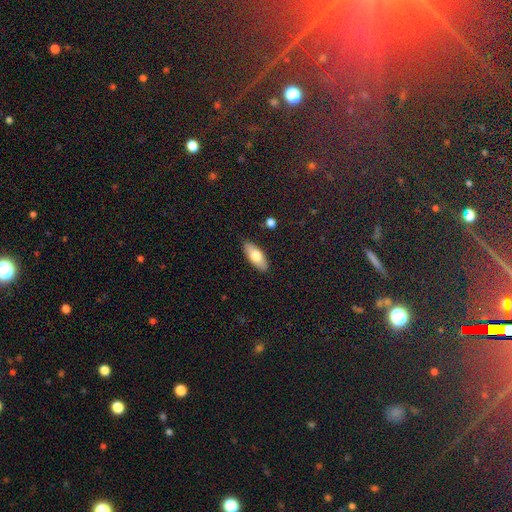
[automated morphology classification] This appears to be a smooth galaxy with no disk features (72%) that is in between round and cigar-shaped (78%). Merging: none (88%).